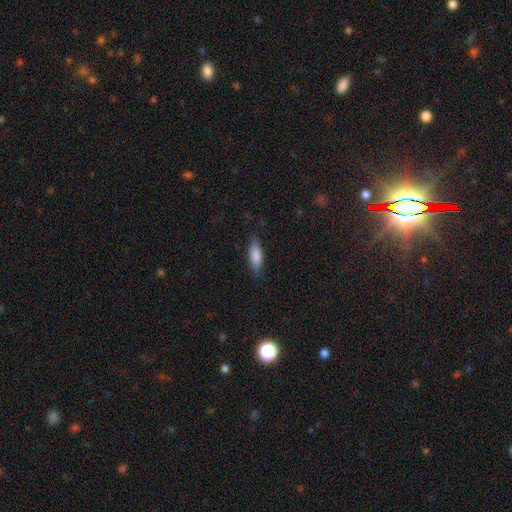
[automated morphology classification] Overall: smooth (84%). How rounded: in between (64%; cigar-shaped 34%). Merging: none (80%).